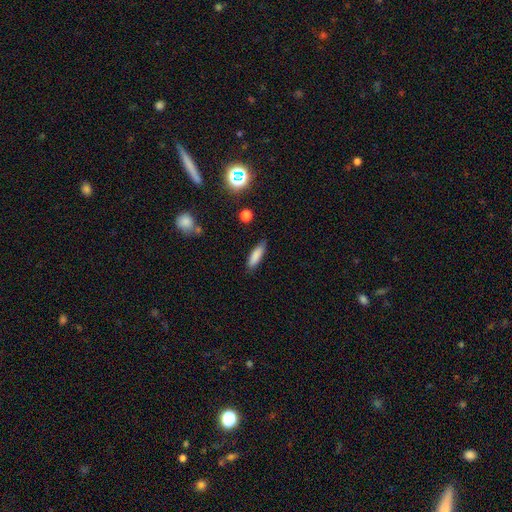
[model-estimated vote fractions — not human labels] A smooth galaxy with no disk features (83%) that is cigar-shaped (61%).

Vote fractions:
- Smooth or featured? smooth: 83% / featured or disk: 9% / star or artifact: 8%
- How rounded? cigar-shaped: 61% / in between: 37% / round: 2%
- Merging? none: 80% / minor disturbance: 15% / major disturbance: 3% / merger: 2%